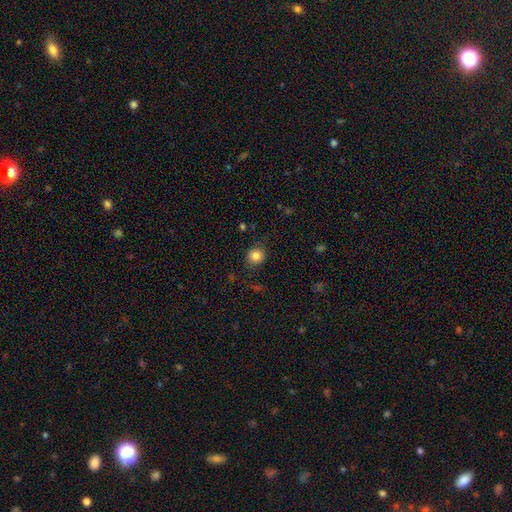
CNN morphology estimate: A smooth galaxy with no disk features (84%) that is round (87%). Merging: none (86%).